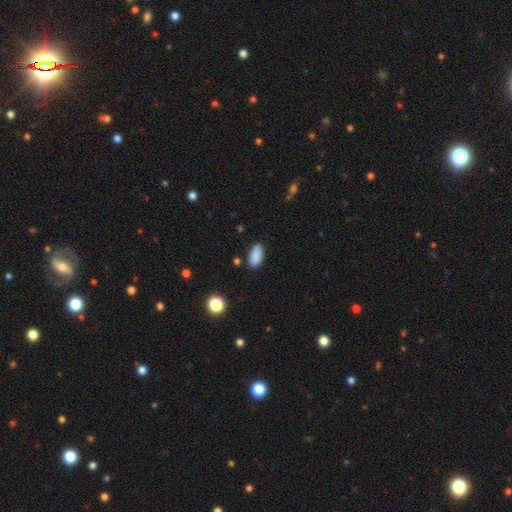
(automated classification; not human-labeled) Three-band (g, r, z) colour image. It shows a smooth galaxy with no disk features (88%) that is in between round and cigar-shaped (91%). Merging: none (84%).